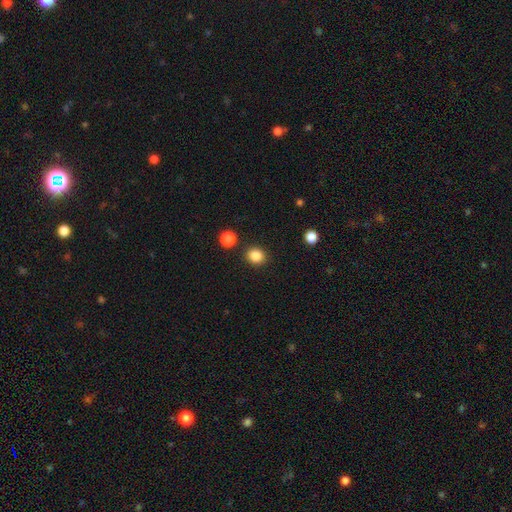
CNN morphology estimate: Q: Smooth or featured?
A: smooth (85%); runner-up: star or artifact (11%)
Q: How rounded?
A: round (81%); runner-up: in between (18%)
Q: Merging?
A: none (88%); runner-up: minor disturbance (6%)